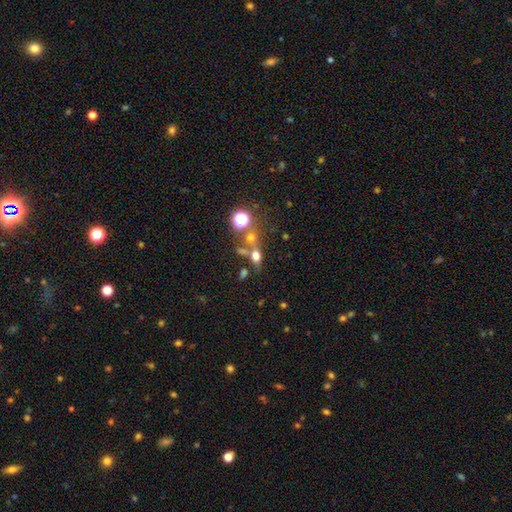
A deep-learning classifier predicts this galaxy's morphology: smooth_or_featured: smooth (p=0.55) [alt: star or artifact p=0.23]
how_rounded: in between (p=0.45) [alt: round p=0.43]
merging: none (p=0.45) [alt: merger p=0.36]